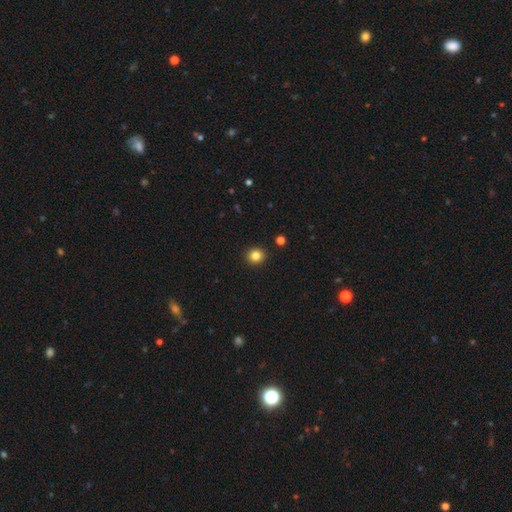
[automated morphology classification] Smooth or featured?
  - smooth: 83% *
  - star or artifact: 12%
  - featured or disk: 5%
How rounded?
  - round: 87% *
  - in between: 12%
  - cigar-shaped: 1%
Merging?
  - none: 92% *
  - minor disturbance: 5%
  - major disturbance: 2%
  - merger: 1%